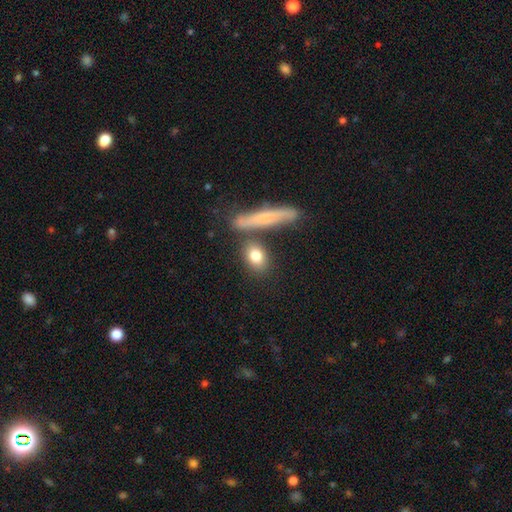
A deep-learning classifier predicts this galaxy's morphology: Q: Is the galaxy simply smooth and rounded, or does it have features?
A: smooth — 79%.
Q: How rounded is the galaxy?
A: in between — 61%.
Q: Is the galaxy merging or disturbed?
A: none — 72%.